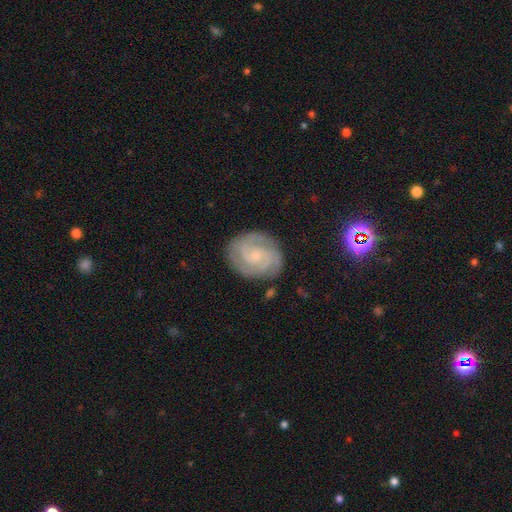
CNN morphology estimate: A featured or disk galaxy (87%) with no bar (60%), 2 (50%) tight (66%) spiral arms (98%) and a small central bulge (71%). Merging: none (82%).